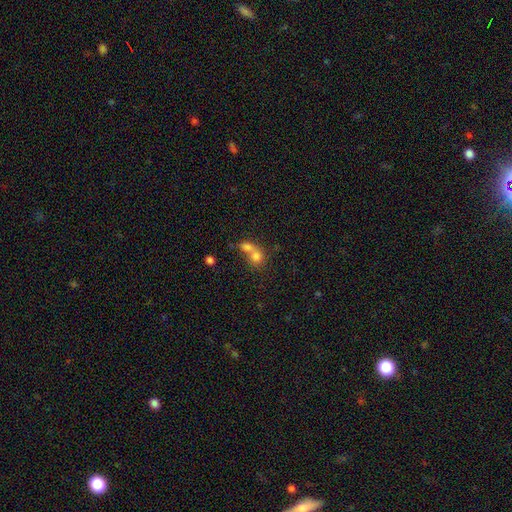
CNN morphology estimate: The model was most divided on "how rounded": round: 64%, in between: 34%, cigar-shaped: 2%. More confident: smooth or featured — smooth (74%); merging — merger (70%).